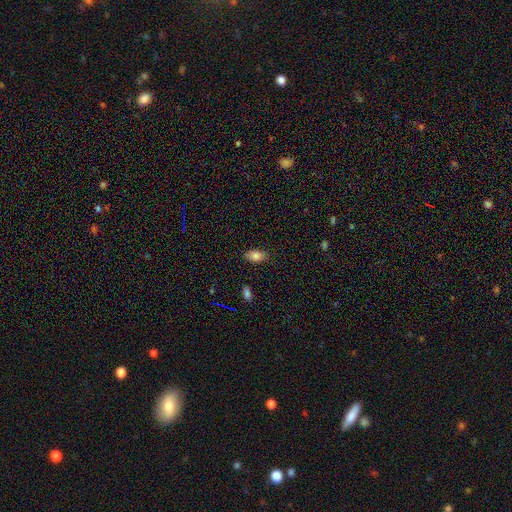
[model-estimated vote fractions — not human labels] Smooth or featured?
  - smooth: 82% *
  - star or artifact: 9%
  - featured or disk: 9%
How rounded?
  - in between: 90% *
  - round: 6%
  - cigar-shaped: 4%
Merging?
  - none: 84% *
  - minor disturbance: 13%
  - major disturbance: 3%
  - merger: 1%